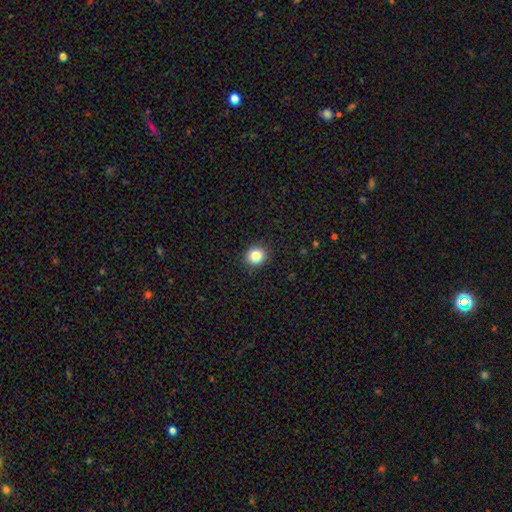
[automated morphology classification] Smooth or featured? smooth (83%)
How rounded? round (87%)
Merging? none (92%)